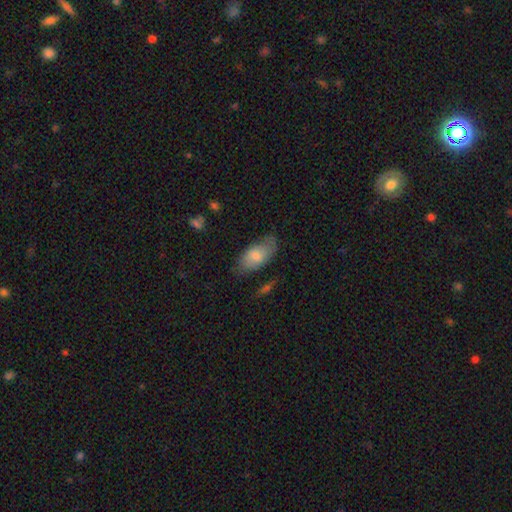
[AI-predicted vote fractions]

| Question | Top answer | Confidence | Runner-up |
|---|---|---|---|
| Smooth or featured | smooth | 73% | featured or disk (21%) |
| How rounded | in between | 92% | cigar-shaped (5%) |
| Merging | none | 65% | minor disturbance (25%) |